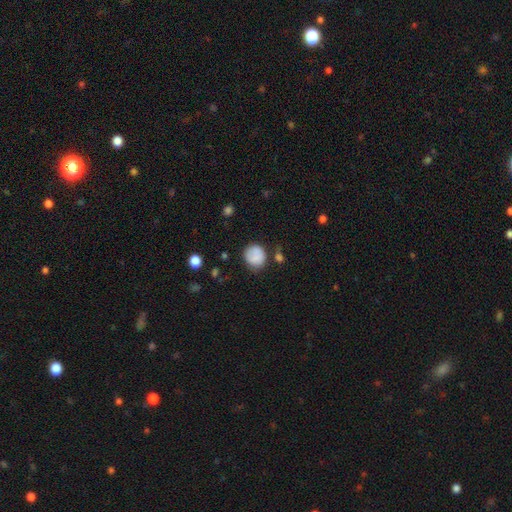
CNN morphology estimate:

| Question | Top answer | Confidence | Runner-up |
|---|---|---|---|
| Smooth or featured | smooth | 83% | featured or disk (9%) |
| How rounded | round | 84% | in between (15%) |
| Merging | none | 70% | minor disturbance (20%) |